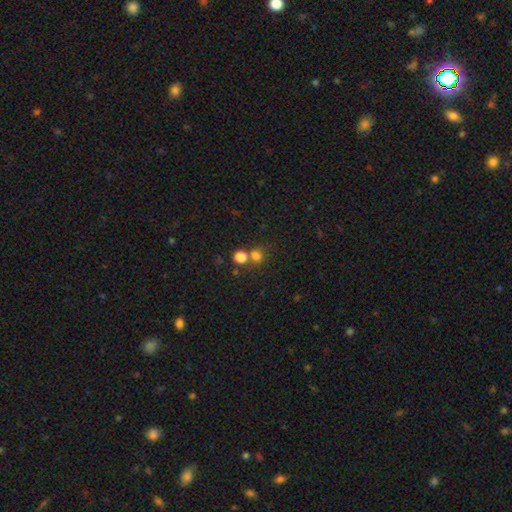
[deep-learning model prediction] This appears to be a smooth galaxy with no disk features (76%) that is round (75%). Merging: none (54%).